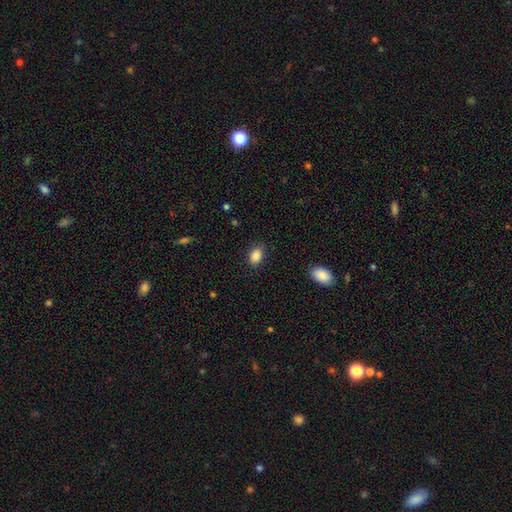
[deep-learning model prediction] Smooth or featured: smooth — 87% (star or artifact — 9%)
How rounded: in between — 82% (round — 17%)
Merging: none — 84% (minor disturbance — 12%)